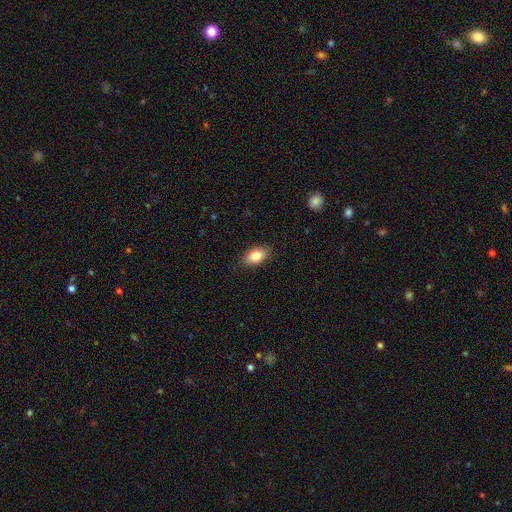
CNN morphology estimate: smooth 84%, featured or disk 9%, star or artifact 8%. Down the decision tree: how rounded — in between (90%); merging — none (87%).